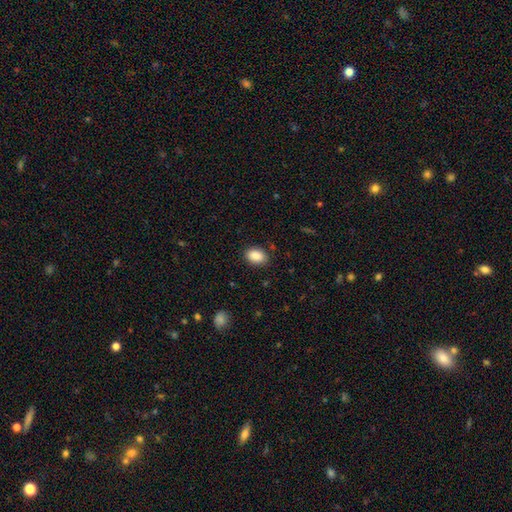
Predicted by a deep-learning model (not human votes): Overall: smooth (89%). How rounded: in between (84%). Merging: none (87%).